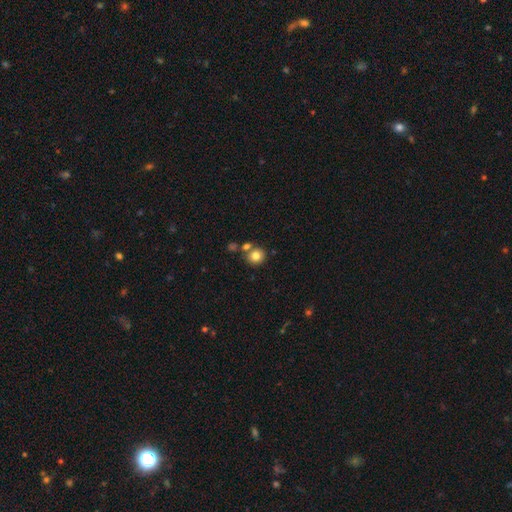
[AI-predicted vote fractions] Smooth or featured? smooth (80%)
How rounded? round (86%)
Merging? none (67%)